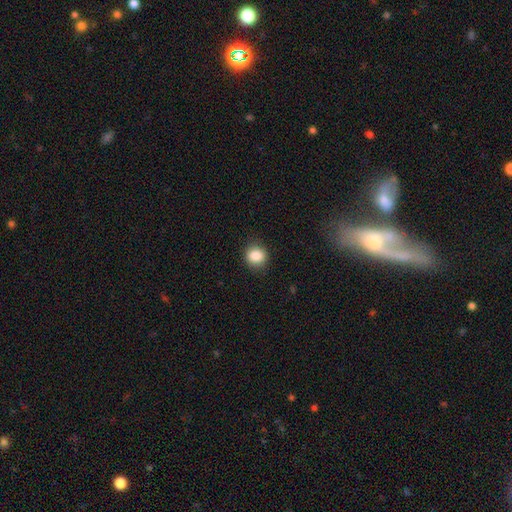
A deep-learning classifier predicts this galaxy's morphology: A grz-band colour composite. It shows a smooth galaxy with no disk features (86%) that is round (82%). Merging: none (88%).